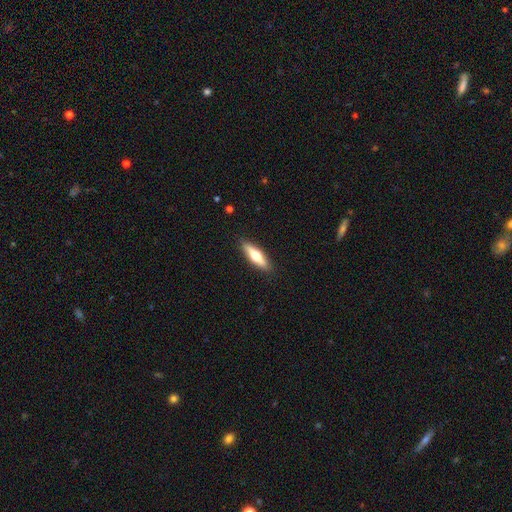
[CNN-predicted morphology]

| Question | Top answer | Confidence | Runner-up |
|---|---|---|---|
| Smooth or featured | smooth | 49% | featured or disk (46%) |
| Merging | none | 90% | minor disturbance (8%) |